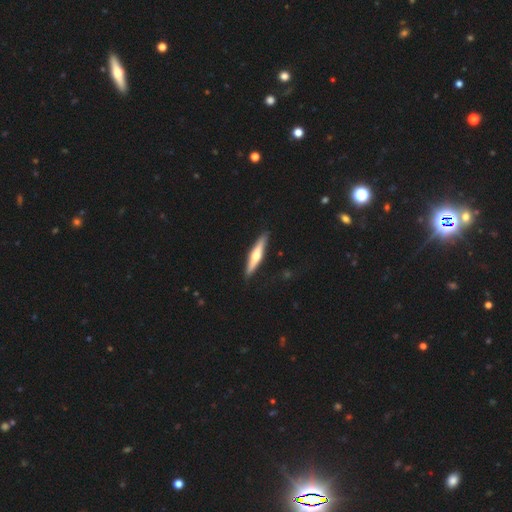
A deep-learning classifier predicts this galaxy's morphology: Q: Smooth or featured?
A: featured or disk (56%); runner-up: smooth (39%)
Q: Edge-on disk?
A: yes (95%); runner-up: no (5%)
Q: Edge-on bulge?
A: rounded (89%); runner-up: none (7%)
Q: Merging?
A: none (89%); runner-up: minor disturbance (8%)